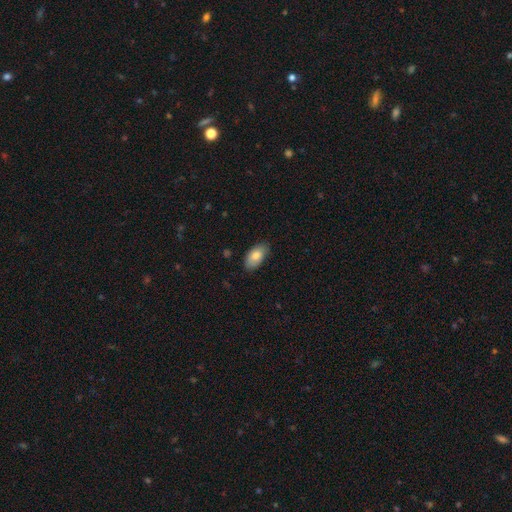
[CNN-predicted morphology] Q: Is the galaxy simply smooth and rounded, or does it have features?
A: smooth — 79%.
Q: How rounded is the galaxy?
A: in between — 94%.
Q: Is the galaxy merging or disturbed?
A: none — 81%.